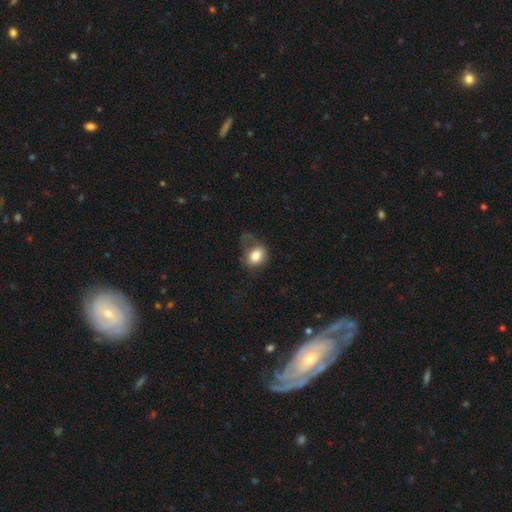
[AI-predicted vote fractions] Overall: smooth (78%). How rounded: in between (52%; round 47%). Merging: major disturbance (41%; none 29%).